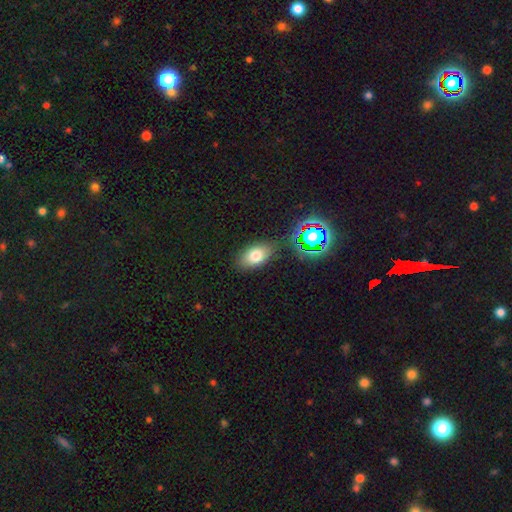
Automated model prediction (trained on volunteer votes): Q: Smooth or featured?
A: smooth (75%); runner-up: star or artifact (13%)
Q: How rounded?
A: in between (89%); runner-up: round (9%)
Q: Merging?
A: none (81%); runner-up: minor disturbance (12%)